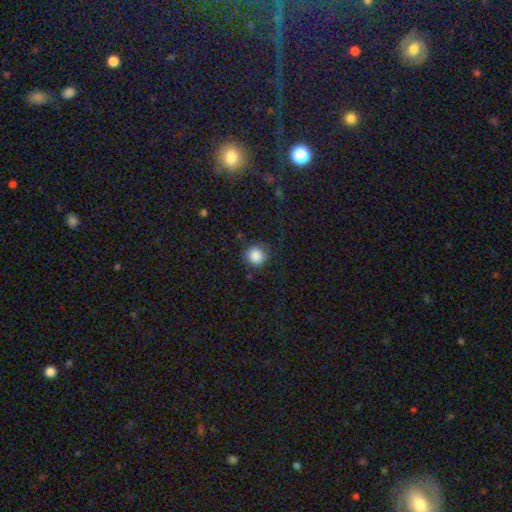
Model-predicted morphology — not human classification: smooth-or-featured: smooth: 87% | star or artifact: 9% | featured or disk: 4%
  how-rounded: round: 91% | in between: 8% | cigar-shaped: 1%
  merging: none: 82% | minor disturbance: 12% | major disturbance: 4% | merger: 2%